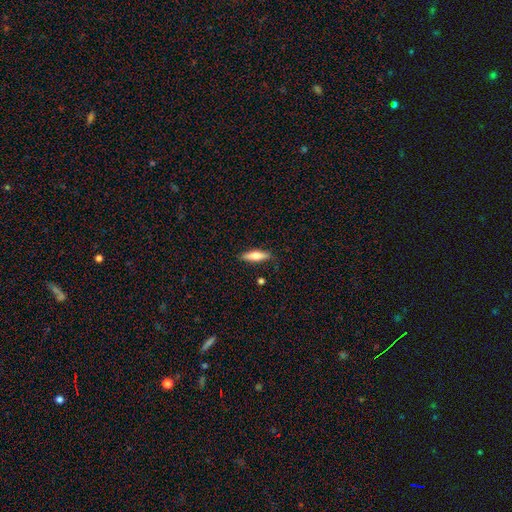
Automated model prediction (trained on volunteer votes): Smooth or featured? Predicted: smooth (p=0.68). How rounded? Predicted: cigar-shaped (p=0.60). Merging? Predicted: none (p=0.85).